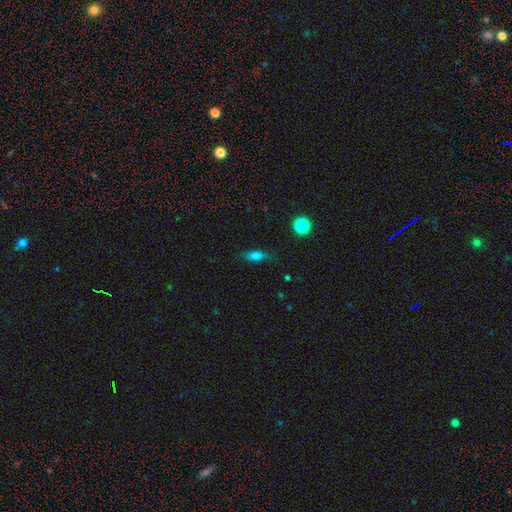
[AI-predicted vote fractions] A smooth galaxy with no disk features (70%) that is in between round and cigar-shaped (64%). Merging: none (70%).